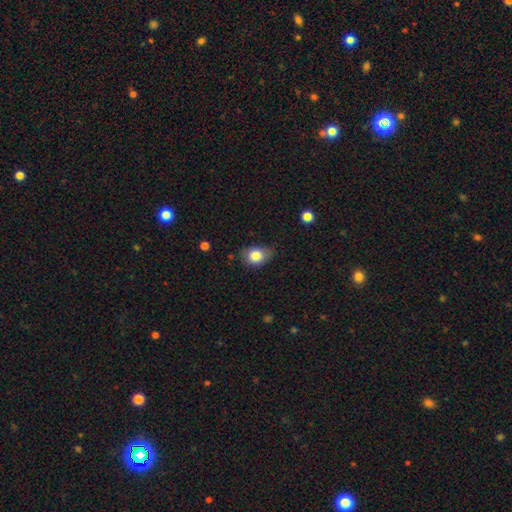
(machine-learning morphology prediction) This is clearly a smooth galaxy (81%). How rounded: likely in between (63%). Merging: likely none (61%).